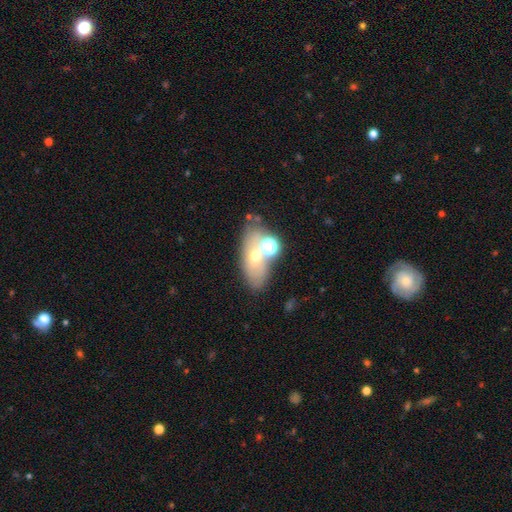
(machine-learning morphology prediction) smooth_or_featured: smooth (p=0.51) [alt: featured or disk p=0.32]
how_rounded: in between (p=0.75) [alt: round p=0.19]
merging: none (p=0.56) [alt: merger p=0.24]